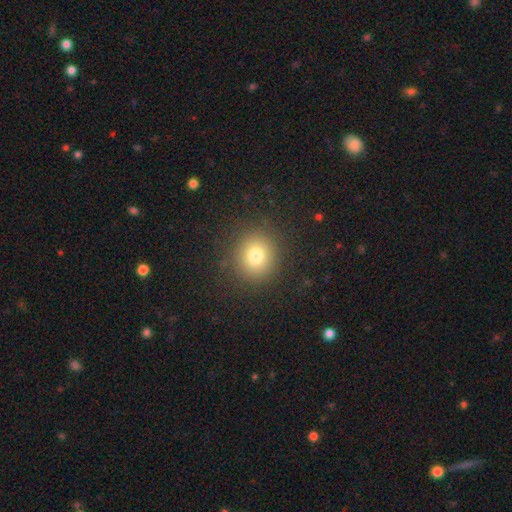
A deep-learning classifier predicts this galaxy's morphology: Smooth or featured?
  - smooth: 78% *
  - star or artifact: 13%
  - featured or disk: 9%
How rounded?
  - round: 84% *
  - in between: 15%
  - cigar-shaped: 1%
Merging?
  - none: 89% *
  - minor disturbance: 7%
  - major disturbance: 3%
  - merger: 1%